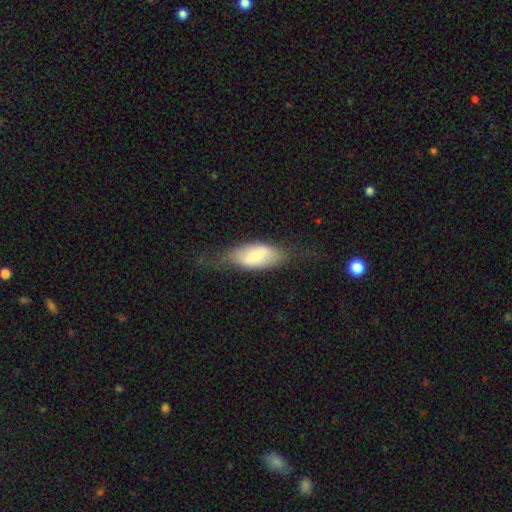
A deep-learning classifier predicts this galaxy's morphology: Overall: smooth (63%; featured or disk 30%). How rounded: in between (88%). Merging: none (44%; minor disturbance 30%).